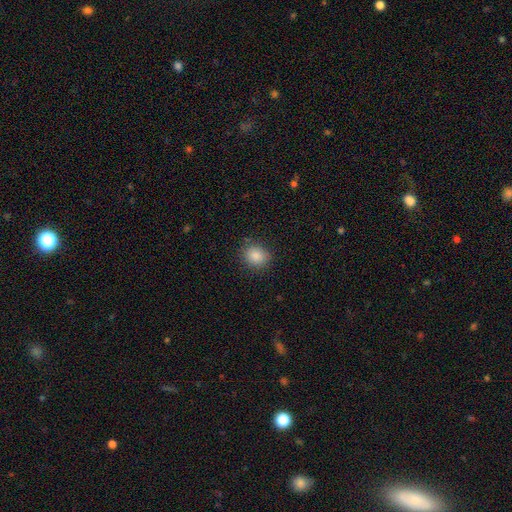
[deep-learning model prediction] Smooth or featured: smooth — 86% (star or artifact — 9%)
How rounded: round — 66% (in between — 33%)
Merging: none — 85% (minor disturbance — 11%)